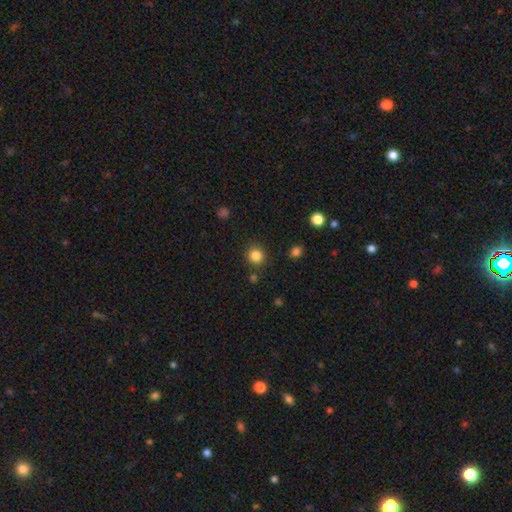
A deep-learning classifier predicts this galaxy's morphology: Q: Smooth or featured?
A: smooth (84%); runner-up: star or artifact (12%)
Q: How rounded?
A: round (92%); runner-up: in between (8%)
Q: Merging?
A: none (86%); runner-up: minor disturbance (7%)